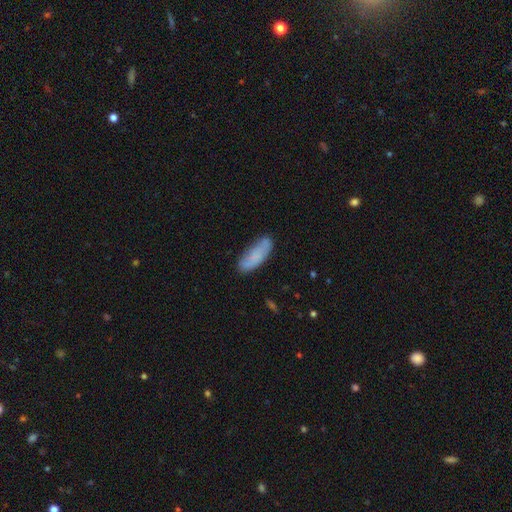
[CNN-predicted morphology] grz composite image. It shows a smooth galaxy with no disk features (75%) that is in between round and cigar-shaped (61%). Merging: none (71%).